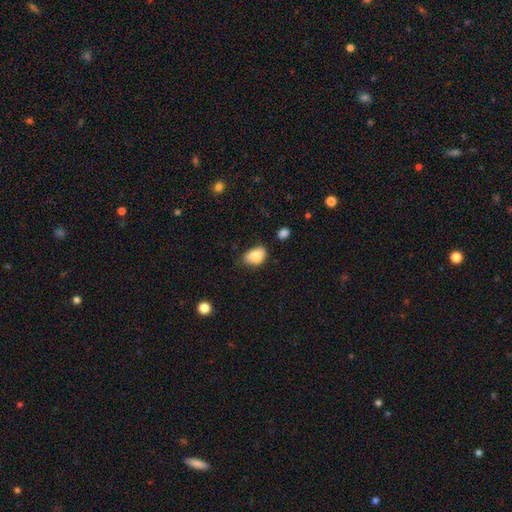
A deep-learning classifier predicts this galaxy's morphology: Smooth or featured? Predicted: smooth (p=0.86). How rounded? Predicted: in between (p=0.82). Merging? Predicted: none (p=0.61).